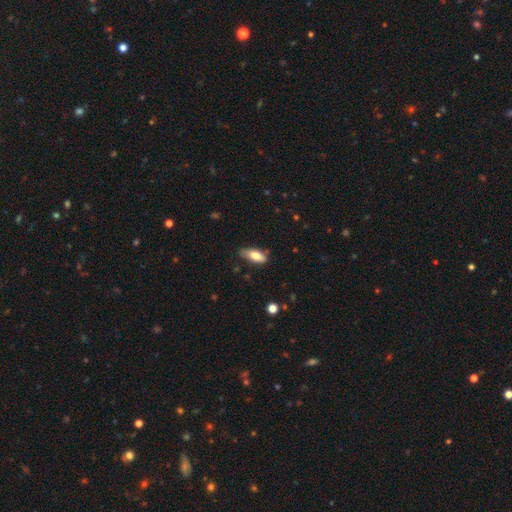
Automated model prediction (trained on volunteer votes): A smooth galaxy with no disk features (76%) that is in between round and cigar-shaped (78%). Merging: none (70%).